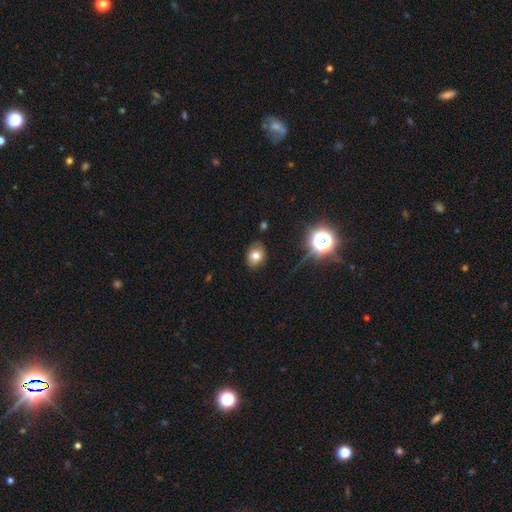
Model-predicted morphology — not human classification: A smooth galaxy with no disk features (73%) that is in between round and cigar-shaped (55%). Merging: none (82%).